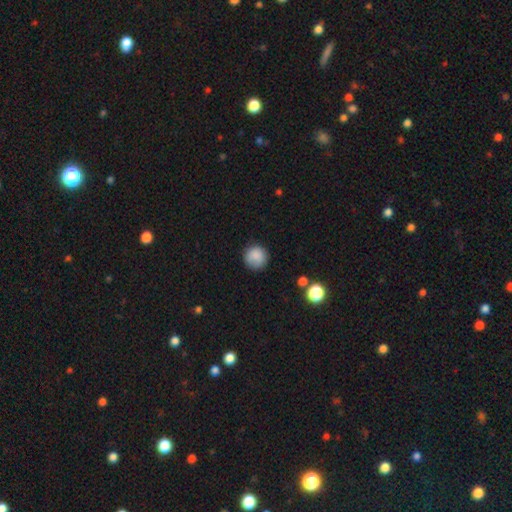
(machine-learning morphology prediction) smooth 86%, star or artifact 9%, featured or disk 5%. Down the decision tree: how rounded — round (94%); merging — none (83%).